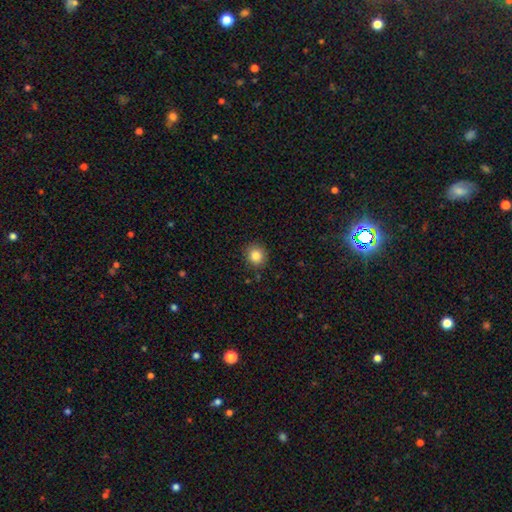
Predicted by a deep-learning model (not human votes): Q: Smooth or featured?
A: smooth (84%); runner-up: star or artifact (10%)
Q: How rounded?
A: round (89%); runner-up: in between (10%)
Q: Merging?
A: none (89%); runner-up: minor disturbance (7%)